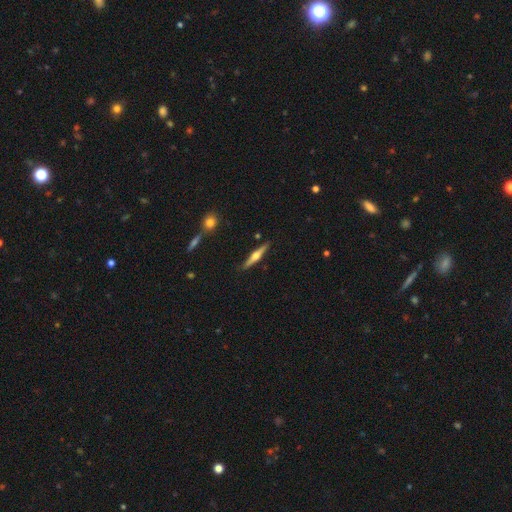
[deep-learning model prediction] Q: Smooth or featured?
A: featured or disk (66%); runner-up: smooth (29%)
Q: Edge-on disk?
A: yes (97%); runner-up: no (3%)
Q: Edge-on bulge?
A: rounded (90%); runner-up: boxy (6%)
Q: Merging?
A: none (89%); runner-up: minor disturbance (8%)